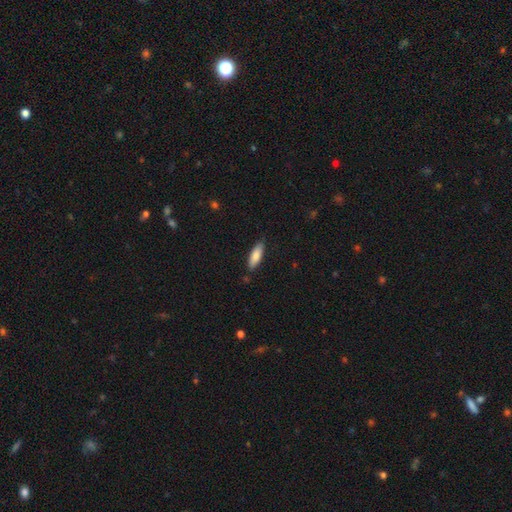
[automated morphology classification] smooth 82%, featured or disk 13%, star or artifact 6%. Down the decision tree: how rounded — in between (56%); merging — none (82%).